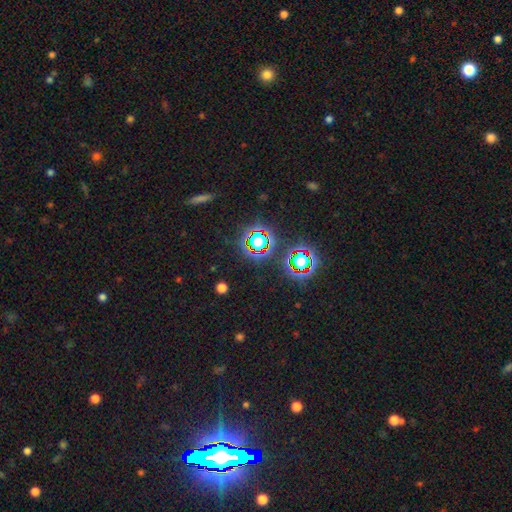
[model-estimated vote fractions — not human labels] Overall: star or artifact (78%).